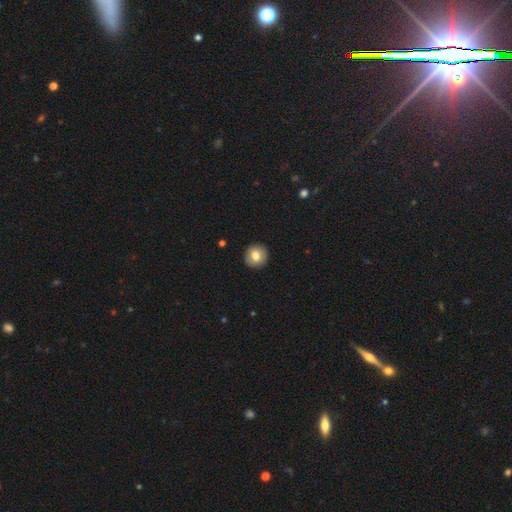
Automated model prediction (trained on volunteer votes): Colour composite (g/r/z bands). It shows a smooth galaxy with no disk features (77%) that is round (93%). Merging: none (92%).